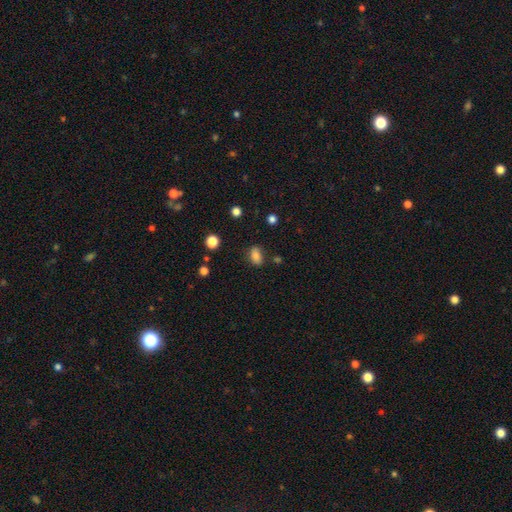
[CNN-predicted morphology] smooth_or_featured: smooth (p=0.80) [alt: star or artifact p=0.11]
how_rounded: in between (p=0.80) [alt: round p=0.17]
merging: none (p=0.80) [alt: minor disturbance p=0.13]